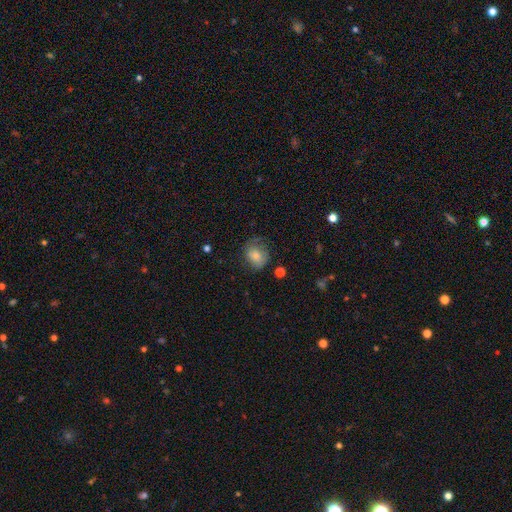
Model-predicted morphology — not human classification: smooth 73%, featured or disk 19%, star or artifact 9%. Down the decision tree: how rounded — round (52%); merging — none (51%).